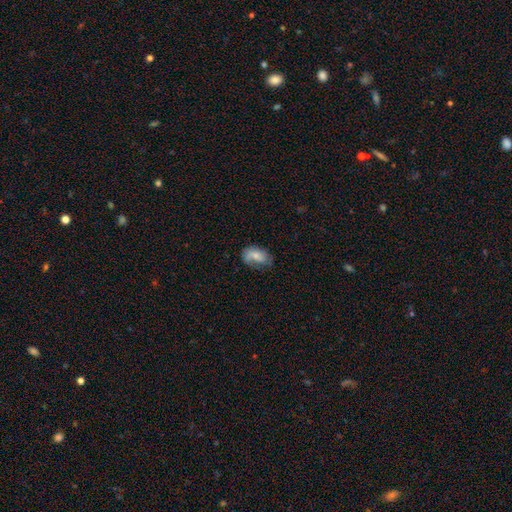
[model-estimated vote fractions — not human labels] This is likely a smooth galaxy (62%). How rounded: clearly in between (87%). Merging: possibly none (51%).